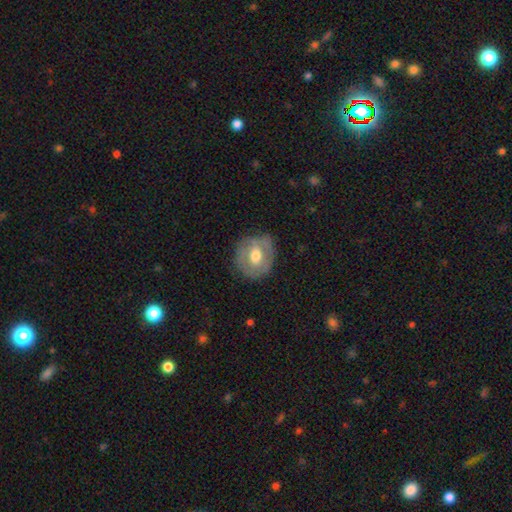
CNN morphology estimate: A smooth galaxy with no disk features (48%).

Vote fractions:
- Smooth or featured? smooth: 48% / featured or disk: 45% / star or artifact: 7%
- Merging? none: 74% / minor disturbance: 19% / major disturbance: 6% / merger: 1%